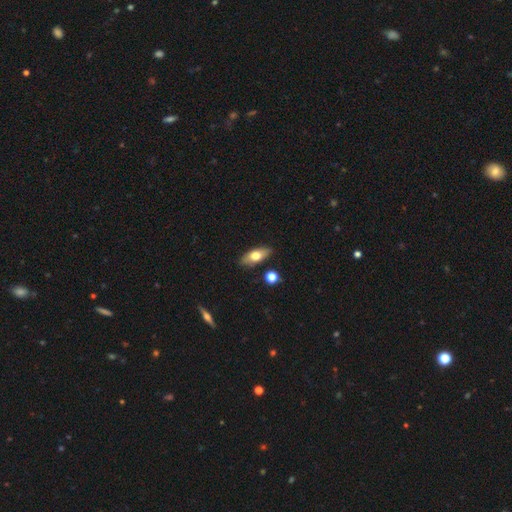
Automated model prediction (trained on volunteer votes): smooth 66%, featured or disk 27%, star or artifact 7%. Down the decision tree: how rounded — in between (77%); merging — none (84%).